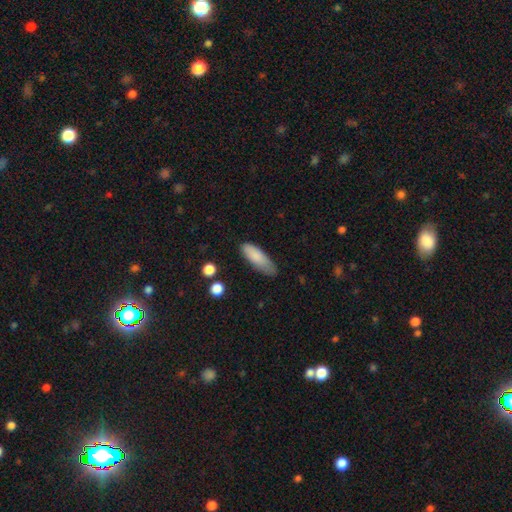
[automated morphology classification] Q: Smooth or featured?
A: smooth (84%); runner-up: featured or disk (9%)
Q: How rounded?
A: in between (58%); runner-up: cigar-shaped (40%)
Q: Merging?
A: none (62%); runner-up: minor disturbance (30%)